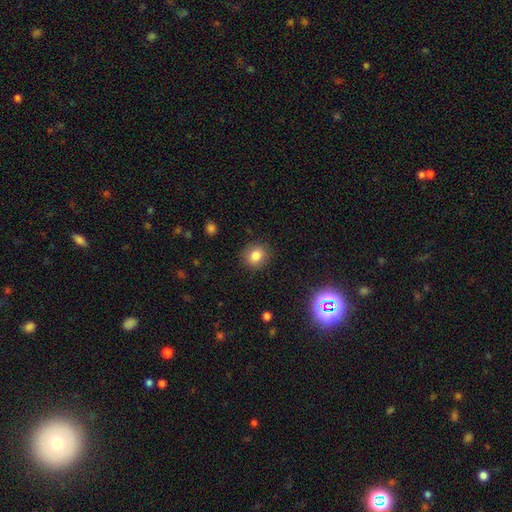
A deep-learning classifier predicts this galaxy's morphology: Overall: smooth (81%). How rounded: round (77%). Merging: none (89%).